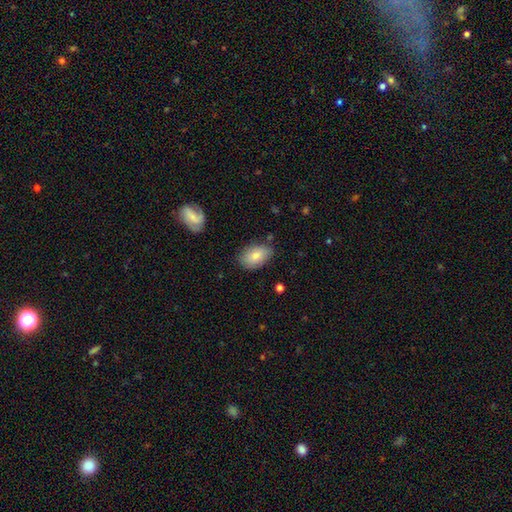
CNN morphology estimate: Q: Smooth or featured?
A: smooth (79%); runner-up: featured or disk (14%)
Q: How rounded?
A: in between (90%); runner-up: round (9%)
Q: Merging?
A: none (75%); runner-up: minor disturbance (19%)